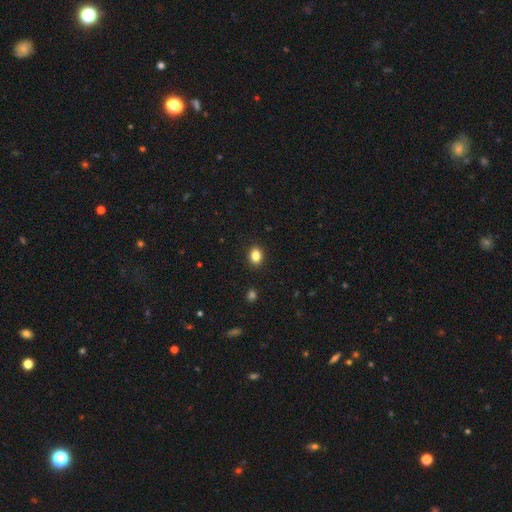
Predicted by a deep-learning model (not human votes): Smooth or featured? smooth (85%)
How rounded? in between (67%)
Merging? none (90%)